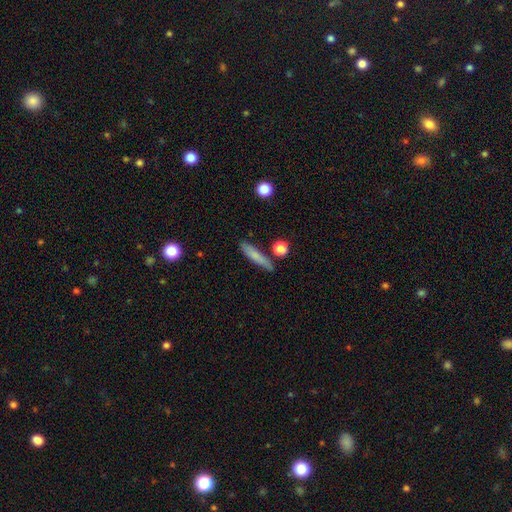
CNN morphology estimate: This is likely a smooth galaxy (74%). How rounded: clearly cigar-shaped (85%). Merging: likely none (78%).